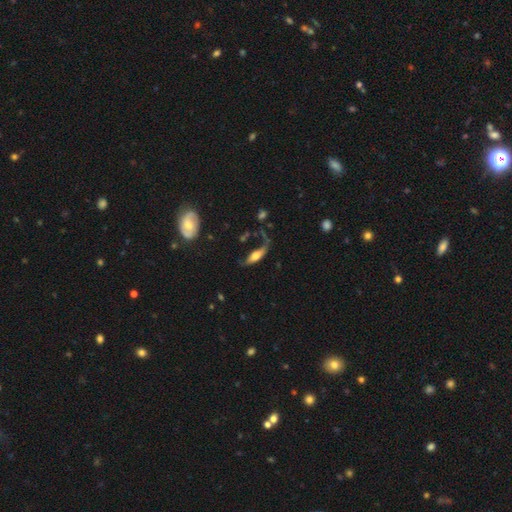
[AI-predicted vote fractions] A smooth galaxy with no disk features (51%) that is in between round and cigar-shaped (59%).

Vote fractions:
- Smooth or featured? smooth: 51% / featured or disk: 41% / star or artifact: 7%
- How rounded? in between: 59% / cigar-shaped: 37% / round: 4%
- Merging? none: 40% / minor disturbance: 28% / major disturbance: 26% / merger: 6%